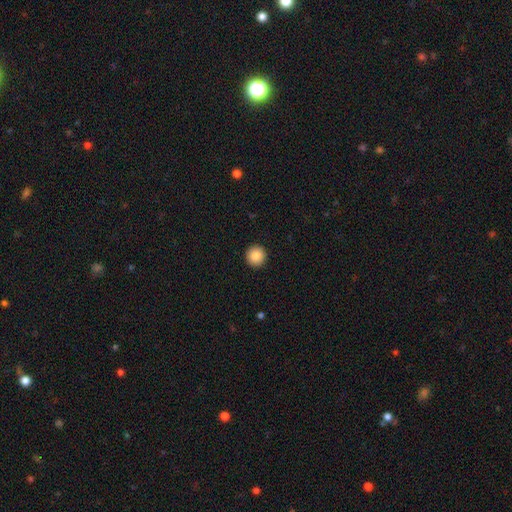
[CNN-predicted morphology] Smooth or featured? Predicted: smooth (p=0.87). How rounded? Predicted: round (p=0.95). Merging? Predicted: none (p=0.94).